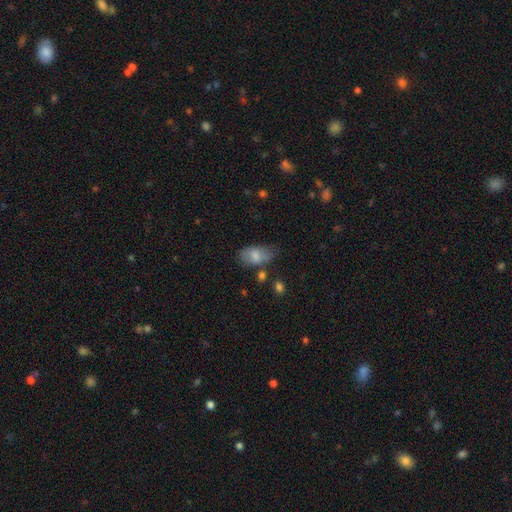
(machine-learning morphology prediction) Smooth or featured? smooth (73%)
How rounded? in between (91%)
Merging? none (60%)